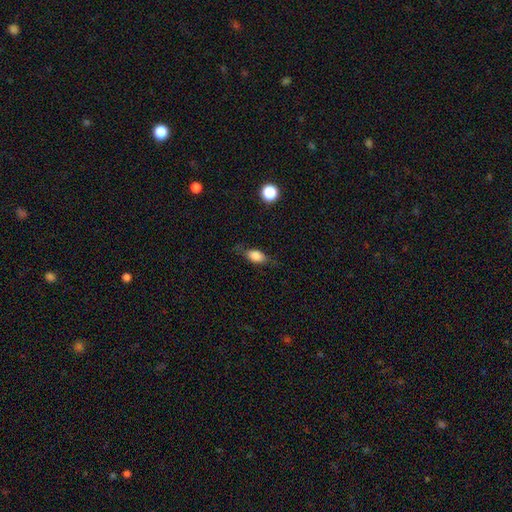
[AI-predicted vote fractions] Smooth or featured? Predicted: smooth (p=0.78). How rounded? Predicted: in between (p=0.83). Merging? Predicted: none (p=0.71).